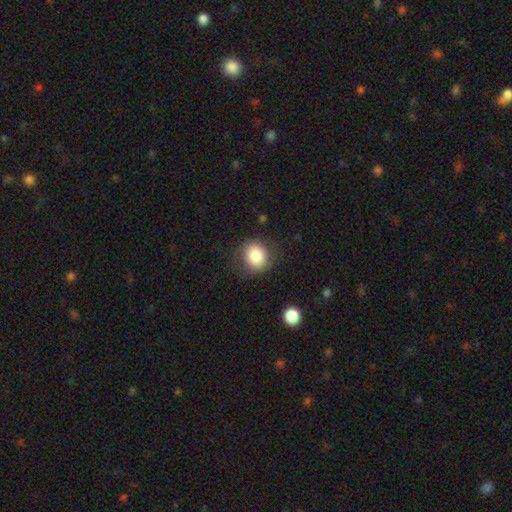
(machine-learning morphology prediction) type=smooth (82%); roundness=round (81%); merging=none (77%).